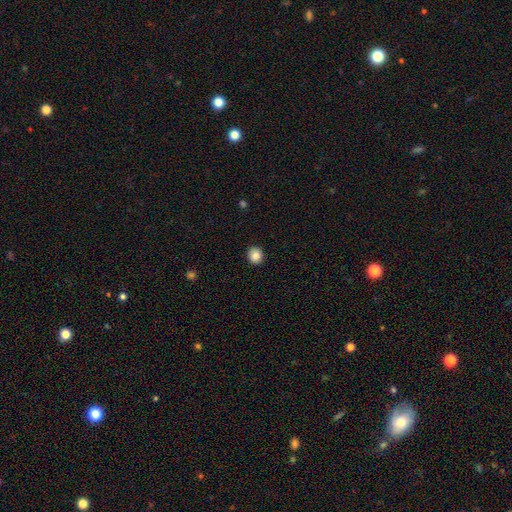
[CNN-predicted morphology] type=smooth (86%); roundness=round (86%); merging=none (92%).